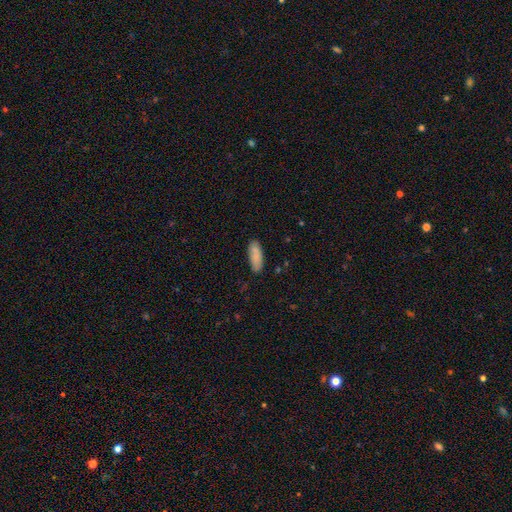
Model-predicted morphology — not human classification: The model was most divided on "how rounded": in between: 76%, cigar-shaped: 22%, round: 2%. More confident: smooth or featured — smooth (84%); merging — none (79%).